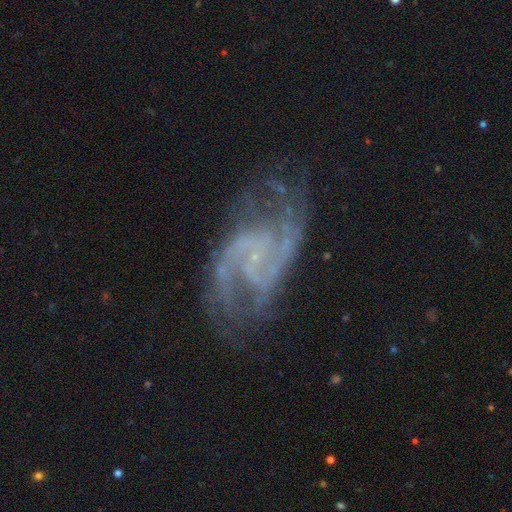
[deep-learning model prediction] This is clearly a featured or disk galaxy (89%). It is clearly not viewed edge-on (97%). Bar: possibly no (48%). Spiral arm pattern: clearly yes (97%). Spiral arm count: likely 2 (72%). Spiral winding: possibly medium (52%). Central bulge: likely small (63%). Merging: likely none (65%).